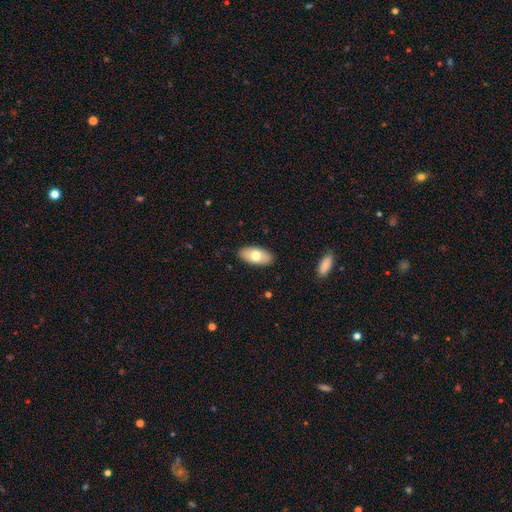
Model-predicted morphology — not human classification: type=smooth (72%); roundness=in between (92%); merging=none (88%).